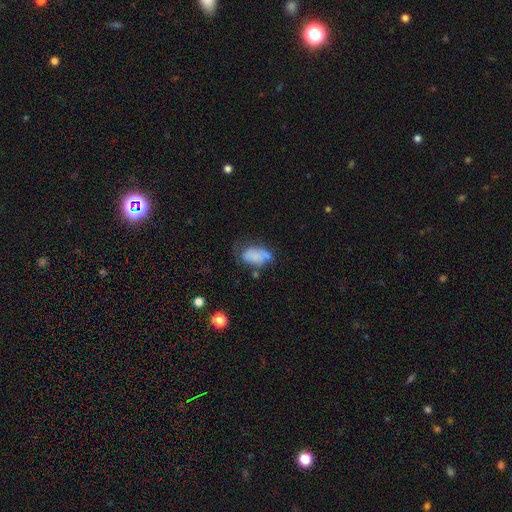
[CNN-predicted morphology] smooth_or_featured: smooth (p=0.67) [alt: featured or disk p=0.23]
how_rounded: in between (p=0.89) [alt: round p=0.09]
merging: none (p=0.32) [alt: minor disturbance p=0.31]